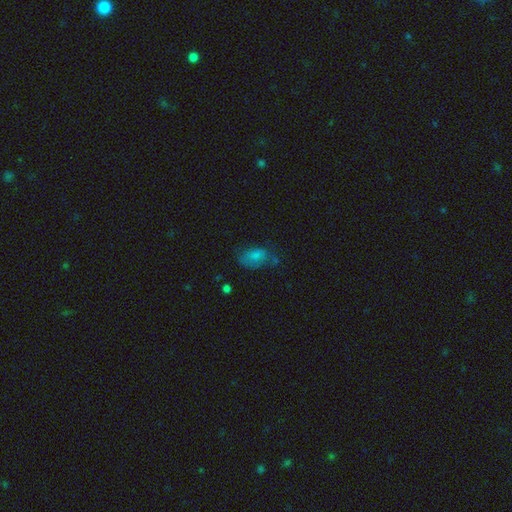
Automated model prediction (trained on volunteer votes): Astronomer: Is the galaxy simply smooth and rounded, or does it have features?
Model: smooth — 60%.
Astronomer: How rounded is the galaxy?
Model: in between — 85%.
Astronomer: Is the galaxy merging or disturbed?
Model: none — 56%.